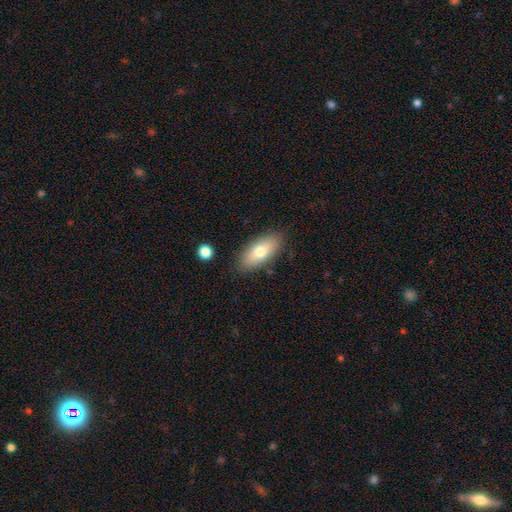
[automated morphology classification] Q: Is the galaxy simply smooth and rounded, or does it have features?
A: smooth — 71%.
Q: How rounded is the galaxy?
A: in between — 83%.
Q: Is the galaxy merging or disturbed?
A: none — 88%.